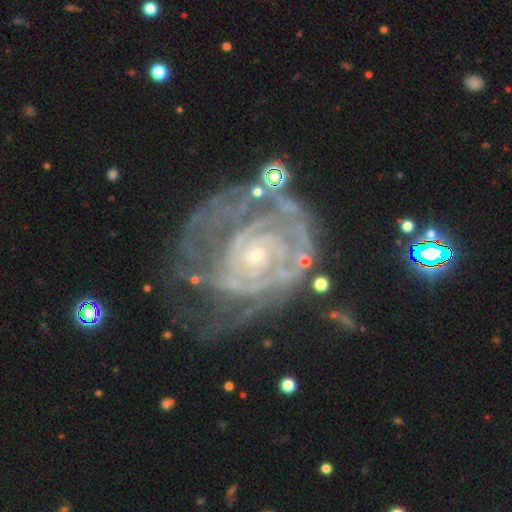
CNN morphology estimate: A featured or disk galaxy (88%) with no bar (77%), tight (79%) spiral arms (92%) and a small central bulge (68%). Merging: none (54%).